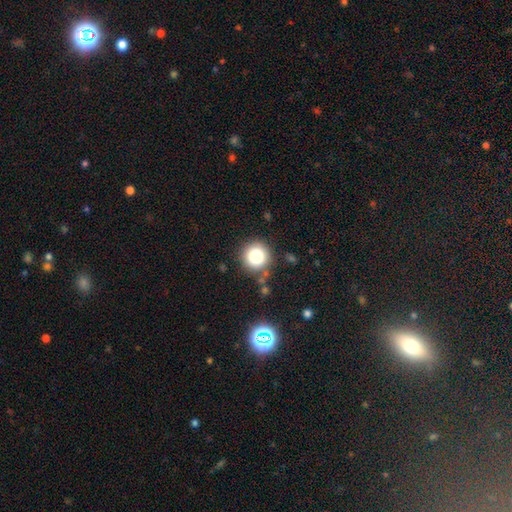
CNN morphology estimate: smooth_or_featured: smooth (p=0.80) [alt: star or artifact p=0.13]
how_rounded: round (p=0.94) [alt: in between p=0.05]
merging: none (p=0.84) [alt: minor disturbance p=0.09]